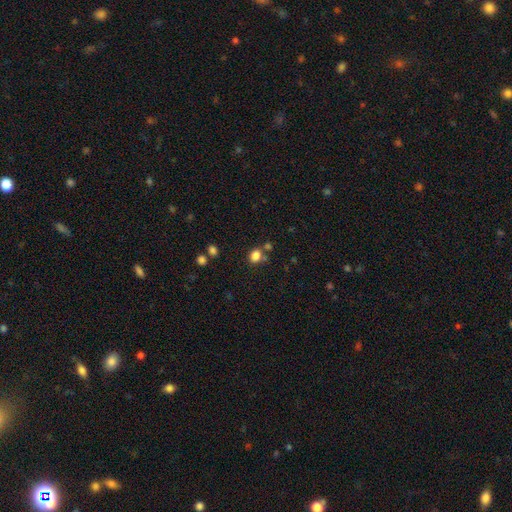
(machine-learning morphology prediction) smooth_or_featured: smooth (p=0.82) [alt: star or artifact p=0.13]
how_rounded: round (p=0.59) [alt: in between p=0.40]
merging: none (p=0.68) [alt: merger p=0.16]